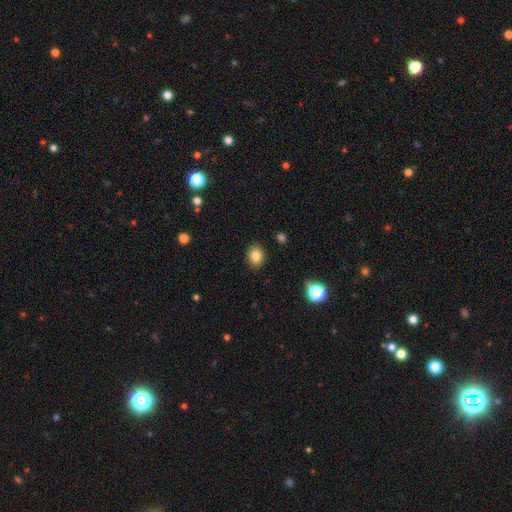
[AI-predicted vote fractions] Smooth or featured? smooth (83%)
How rounded? round (54%)
Merging? none (89%)